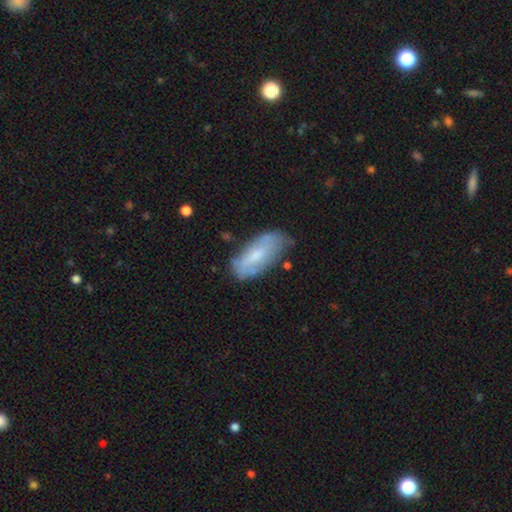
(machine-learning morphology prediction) Smooth or featured? Predicted: smooth (p=0.52). How rounded? Predicted: in between (p=0.81). Merging? Predicted: none (p=0.64).